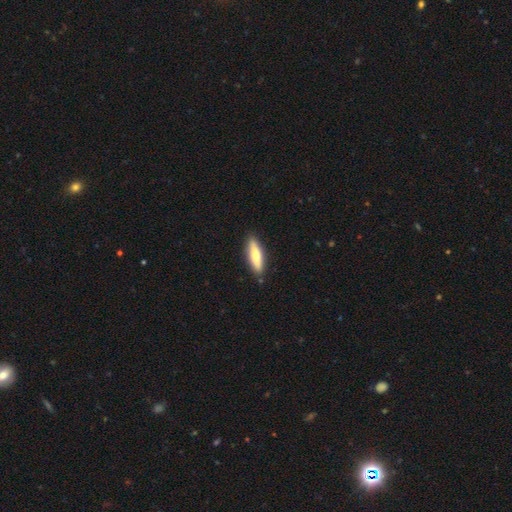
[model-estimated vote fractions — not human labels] Smooth or featured? smooth (68%)
How rounded? cigar-shaped (65%)
Merging? none (87%)